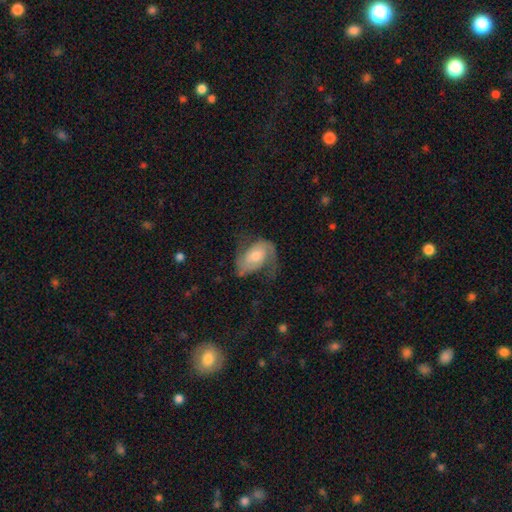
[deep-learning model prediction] A featured or disk galaxy (75%) with no bar (57%), 2 (78%) medium (42%) spiral arms (92%) and a moderate central bulge (58%).

Vote fractions:
- Smooth or featured? featured or disk: 75% / smooth: 19% / star or artifact: 6%
- Edge-on disk? no: 96% / yes: 4%
- Bar? no: 57% / weak: 33% / strong: 10%
- Spiral arms? yes: 92% / no: 8%
- Spiral winding? medium: 42% / loose: 38% / tight: 20%
- Spiral arm count? 2: 78% / 1: 12% / can't tell: 7% / 3: 2% / 4: 1% / more than 4: 1%
- Bulge size? moderate: 58% / small: 29% / large: 9% / none: 3% / dominant: 2%
- Merging? none: 52% / major disturbance: 25% / minor disturbance: 22% / merger: 2%